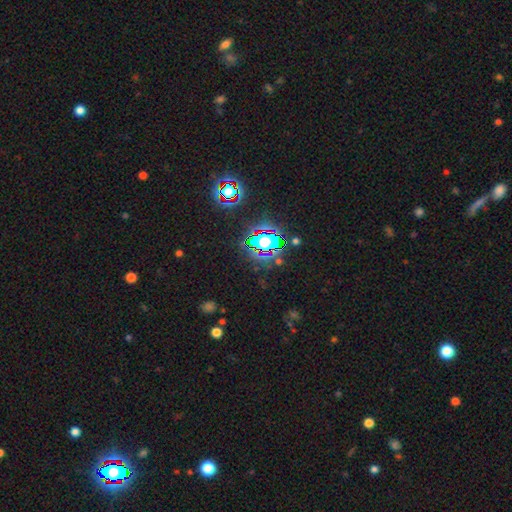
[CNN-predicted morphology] This appears to be a star or artifact, not a galaxy (81%).